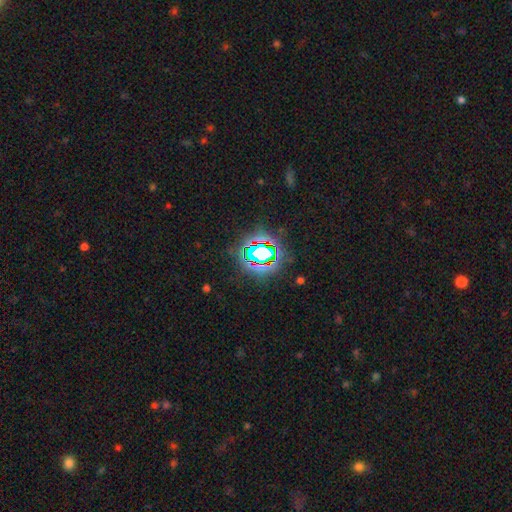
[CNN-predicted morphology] star or artifact 72%, smooth 18%, featured or disk 11%.